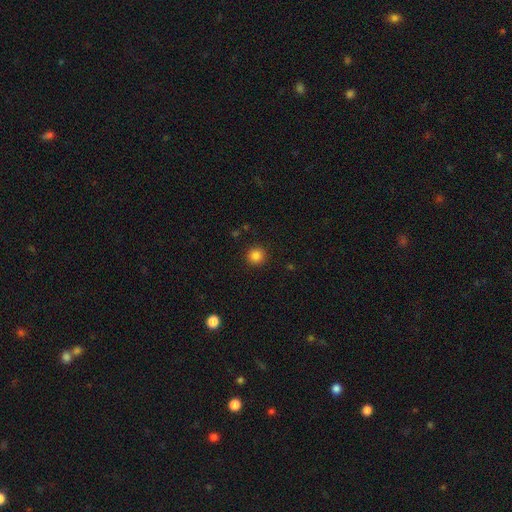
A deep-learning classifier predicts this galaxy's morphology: A smooth galaxy with no disk features (84%) that is round (94%). Merging: none (92%).